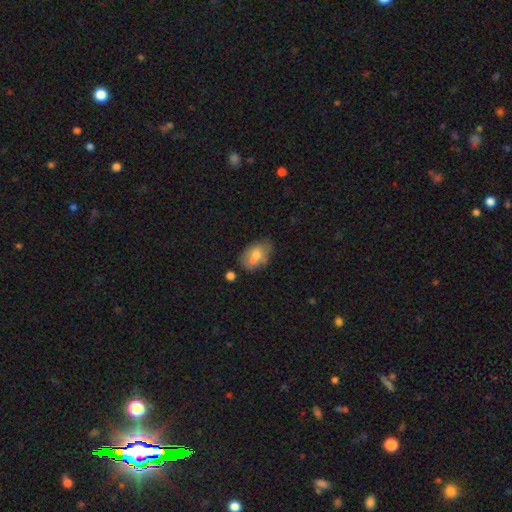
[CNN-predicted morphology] Smooth or featured: smooth — 65% (featured or disk — 27%)
How rounded: in between — 82% (round — 16%)
Merging: none — 50% (merger — 24%)